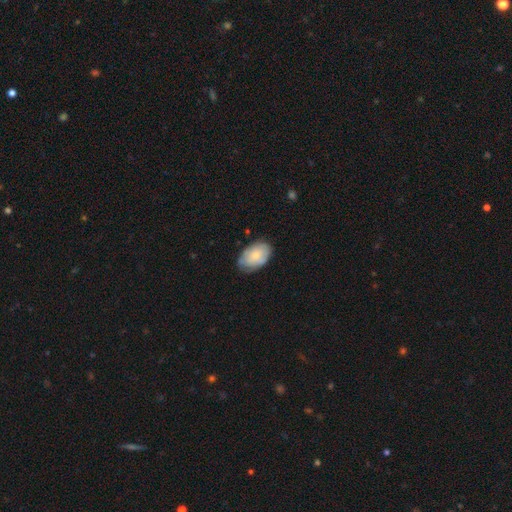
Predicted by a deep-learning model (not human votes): Smooth or featured? smooth (73%)
How rounded? in between (91%)
Merging? none (71%)